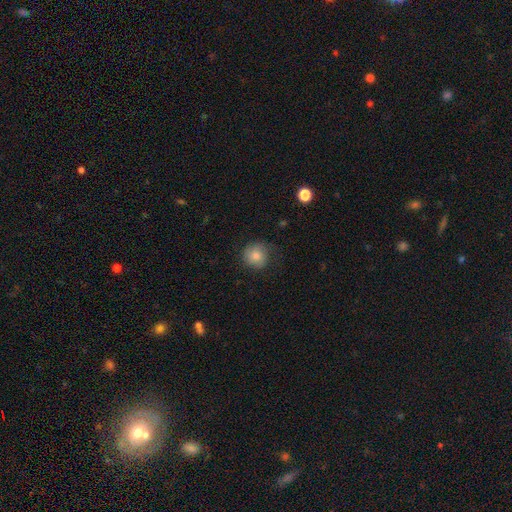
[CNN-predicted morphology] Smooth or featured? Predicted: smooth (p=0.78). How rounded? Predicted: round (p=0.88). Merging? Predicted: none (p=0.66).